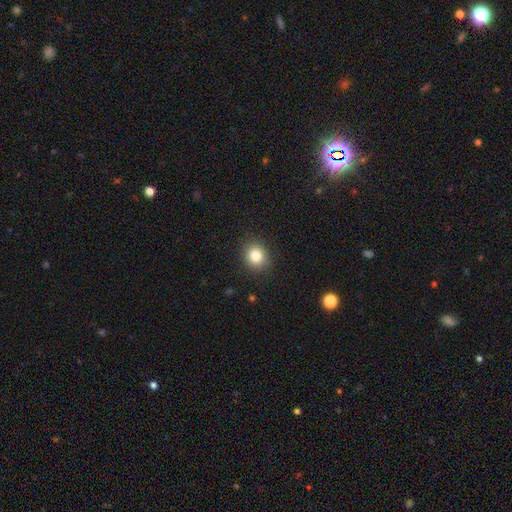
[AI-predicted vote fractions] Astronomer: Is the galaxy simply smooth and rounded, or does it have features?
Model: smooth — 83%.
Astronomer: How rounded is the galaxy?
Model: round — 77%.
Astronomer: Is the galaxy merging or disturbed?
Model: none — 89%.